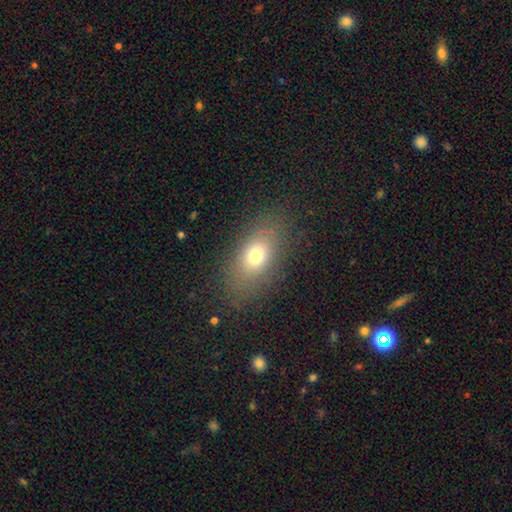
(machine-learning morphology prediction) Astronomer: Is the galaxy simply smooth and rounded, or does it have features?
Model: smooth — 71%.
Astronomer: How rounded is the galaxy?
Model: in between — 81%.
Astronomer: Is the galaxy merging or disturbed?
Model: none — 80%.